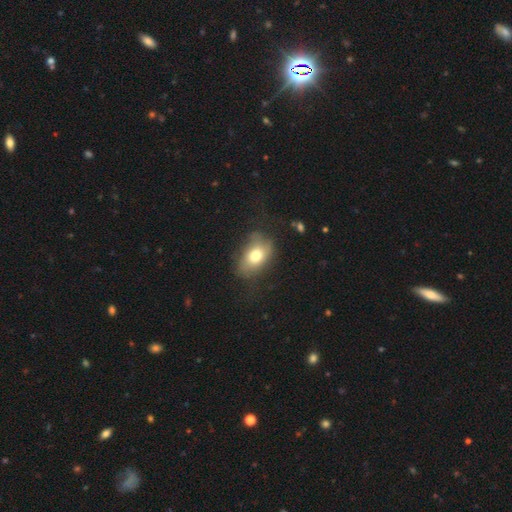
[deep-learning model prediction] smooth_or_featured: smooth (p=0.71) [alt: featured or disk p=0.20]
how_rounded: in between (p=0.84) [alt: round p=0.14]
merging: none (p=0.60) [alt: minor disturbance p=0.26]